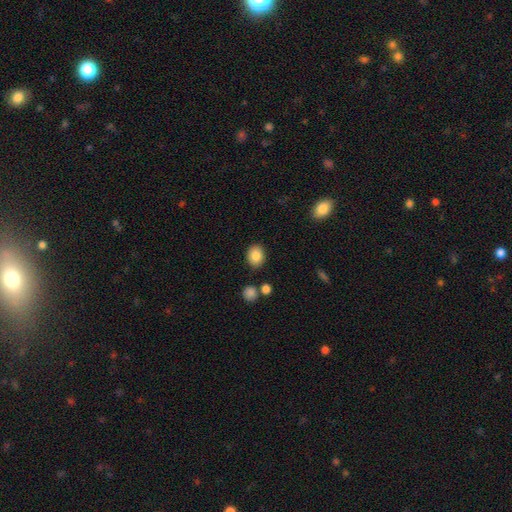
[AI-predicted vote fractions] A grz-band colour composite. It shows a smooth galaxy with no disk features (84%) that is round (53%). Merging: none (85%).